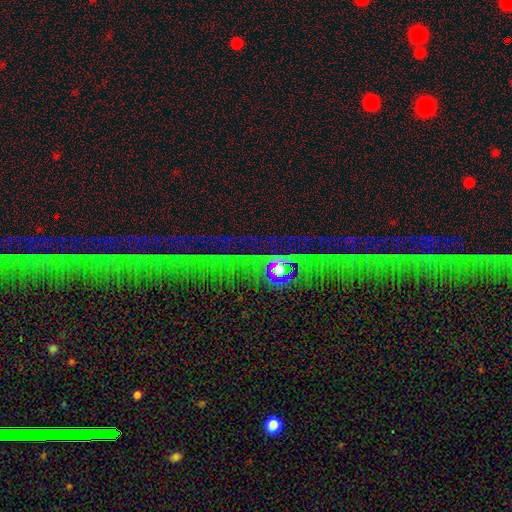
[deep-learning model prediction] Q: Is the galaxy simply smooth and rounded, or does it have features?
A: star or artifact — 79%.